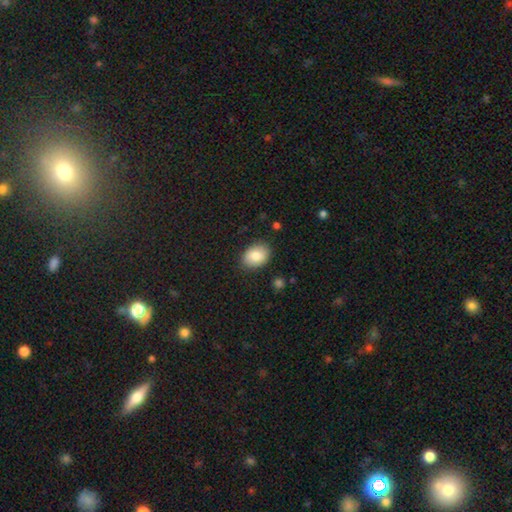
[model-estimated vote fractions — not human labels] smooth-or-featured: smooth: 84% | featured or disk: 9% | star or artifact: 7%
  how-rounded: in between: 75% | round: 24% | cigar-shaped: 1%
  merging: none: 85% | minor disturbance: 11% | major disturbance: 3% | merger: 1%